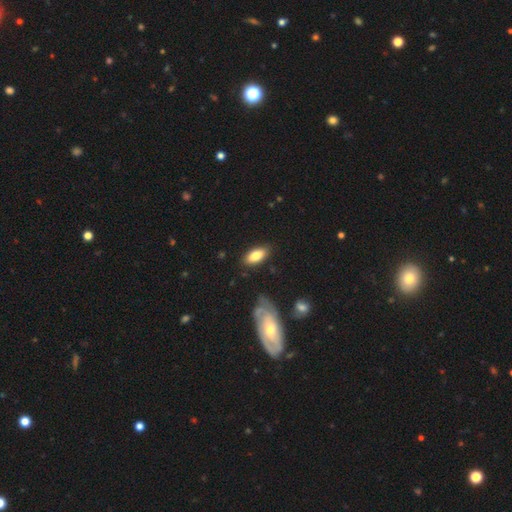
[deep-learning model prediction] Smooth or featured? smooth (81%)
How rounded? in between (87%)
Merging? none (83%)